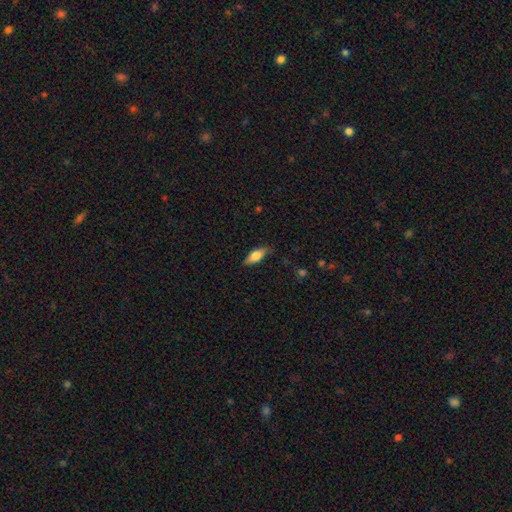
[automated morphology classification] smooth 73%, featured or disk 21%, star or artifact 6%. Down the decision tree: how rounded — in between (71%); merging — none (79%).